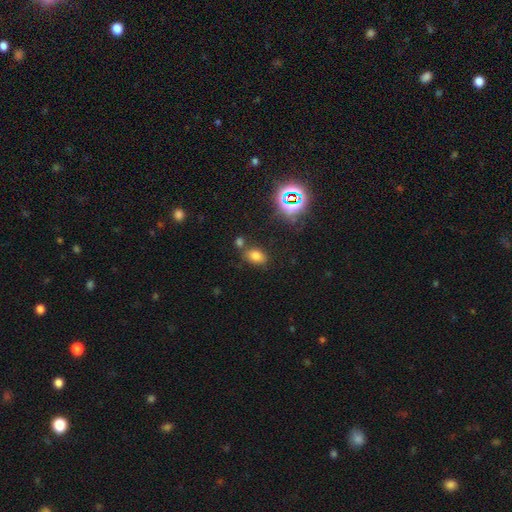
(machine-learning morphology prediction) This is likely a smooth galaxy (71%). How rounded: clearly in between (81%). Merging: likely none (71%).